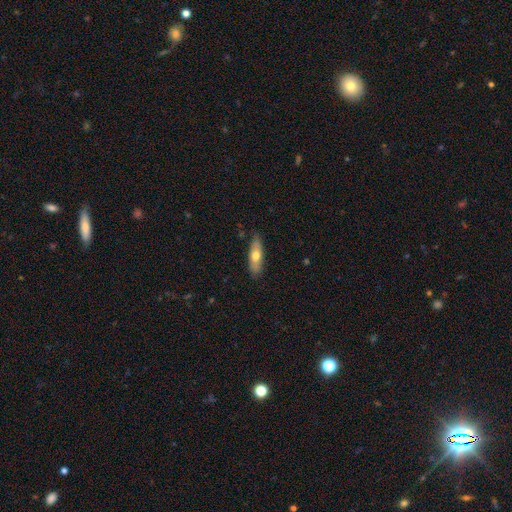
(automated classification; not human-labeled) smooth_or_featured: smooth (p=0.62) [alt: featured or disk p=0.32]
how_rounded: in between (p=0.58) [alt: cigar-shaped p=0.40]
merging: none (p=0.81) [alt: minor disturbance p=0.15]